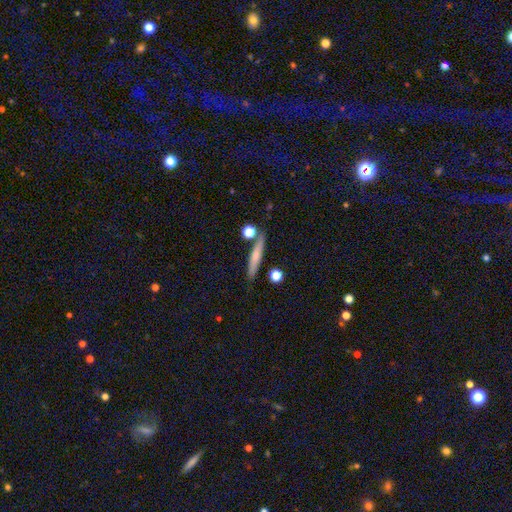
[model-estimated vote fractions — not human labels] smooth_or_featured: smooth (p=0.63) [alt: featured or disk p=0.30]
how_rounded: cigar-shaped (p=0.89) [alt: in between p=0.08]
merging: none (p=0.80) [alt: minor disturbance p=0.10]